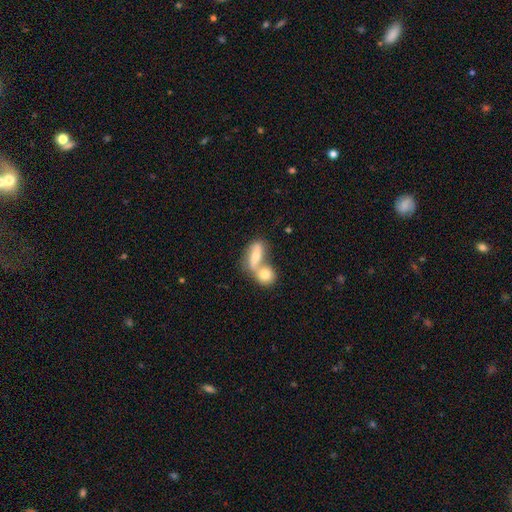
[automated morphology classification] This appears to be a smooth galaxy with no disk features (60%) that is in between round and cigar-shaped (71%). Merging: merger (69%).